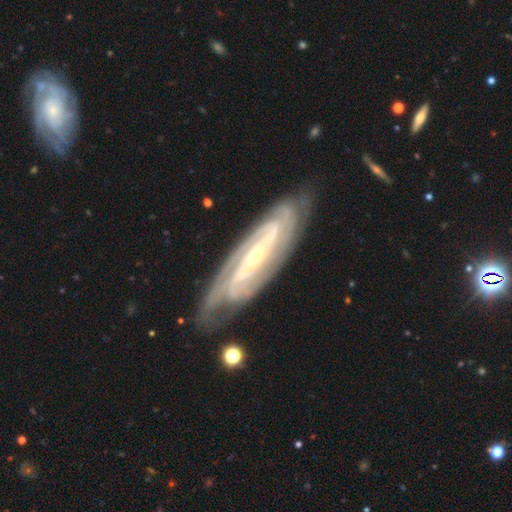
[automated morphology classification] smooth_or_featured: featured or disk (p=0.90) [alt: smooth p=0.05]
disk_edge_on: no (p=0.87) [alt: yes p=0.13]
bar: strong (p=0.47) [alt: weak p=0.27]
has_spiral_arms: yes (p=0.97) [alt: no p=0.03]
spiral_winding: tight (p=0.66) [alt: medium p=0.28]
spiral_arm_count: 2 (p=0.44) [alt: can't tell p=0.20]
bulge_size: small (p=0.70) [alt: moderate p=0.26]
merging: none (p=0.78) [alt: minor disturbance p=0.16]